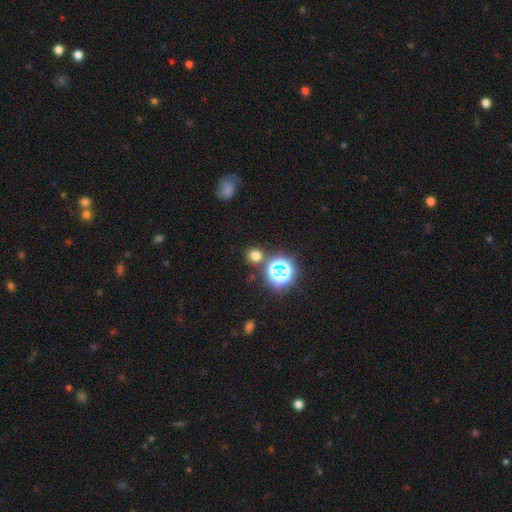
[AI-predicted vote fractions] A smooth galaxy with no disk features (64%) that is round (83%).

Vote fractions:
- Smooth or featured? smooth: 64% / star or artifact: 30% / featured or disk: 6%
- How rounded? round: 83% / in between: 16% / cigar-shaped: 1%
- Merging? none: 81% / minor disturbance: 8% / merger: 7% / major disturbance: 3%